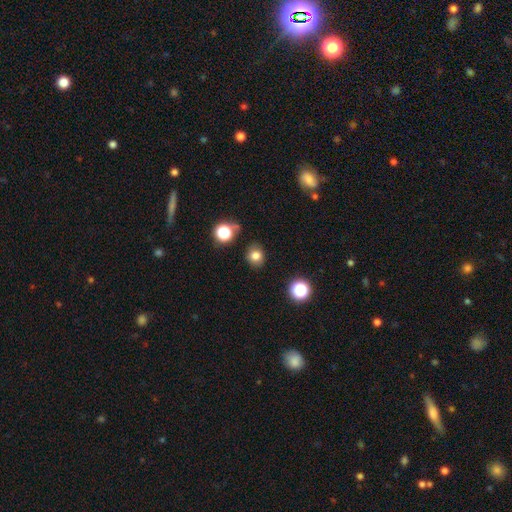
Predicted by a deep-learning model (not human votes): smooth 79%, star or artifact 14%, featured or disk 7%. Down the decision tree: how rounded — round (72%); merging — none (82%).